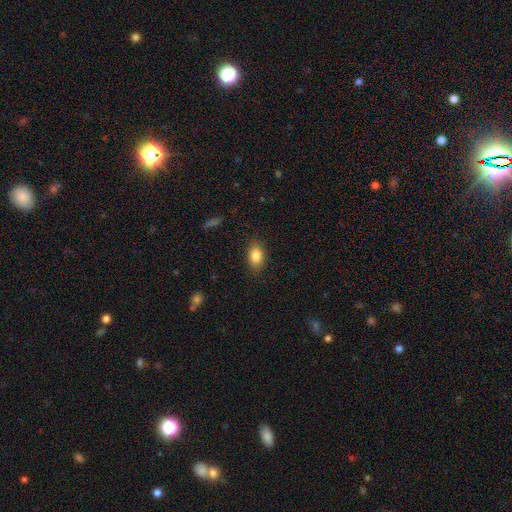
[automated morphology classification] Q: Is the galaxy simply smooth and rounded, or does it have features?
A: smooth — 84%.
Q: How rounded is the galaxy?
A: in between — 84%.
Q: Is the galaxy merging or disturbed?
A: none — 86%.